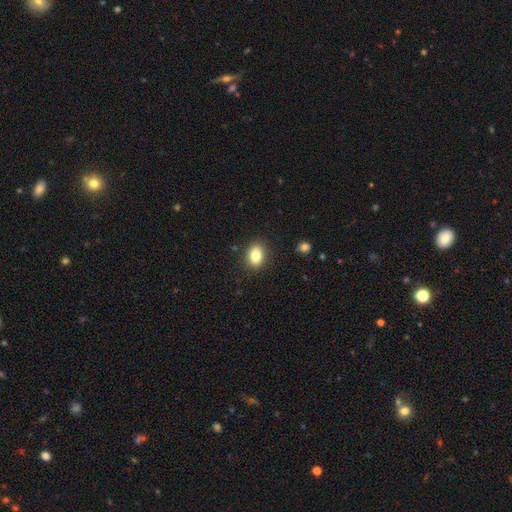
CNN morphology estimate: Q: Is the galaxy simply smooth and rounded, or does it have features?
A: smooth — 83%.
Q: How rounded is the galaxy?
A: in between — 73%.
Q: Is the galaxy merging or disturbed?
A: none — 87%.